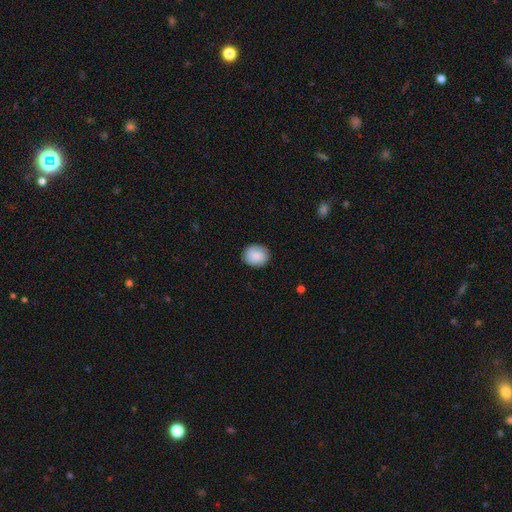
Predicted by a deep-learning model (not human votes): Morphology: type=smooth (86%); roundness=round (76%); merging=none (88%).